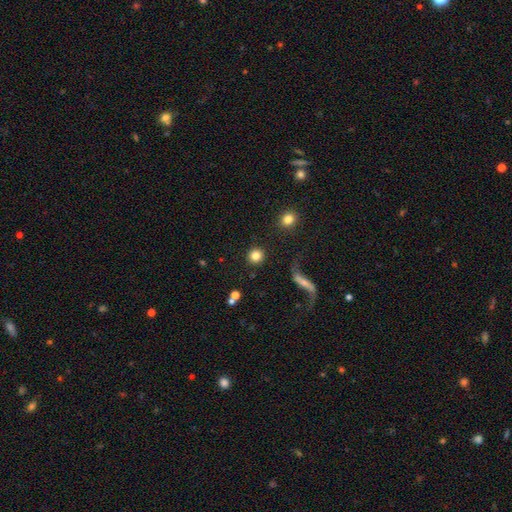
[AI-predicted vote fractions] This is clearly a smooth galaxy (82%). How rounded: clearly round (94%). Merging: clearly none (90%).